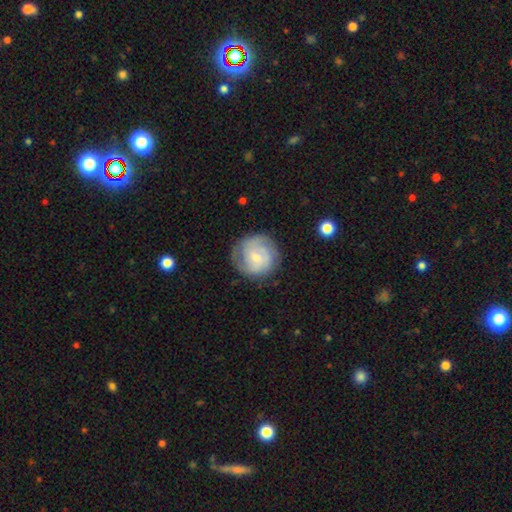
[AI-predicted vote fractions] featured or disk 58%, smooth 35%, star or artifact 7%. Down the decision tree: edge-on disk — no (98%); bar — no (60%); spiral arms — yes (84%); bulge size — small (63%); merging — none (76%).